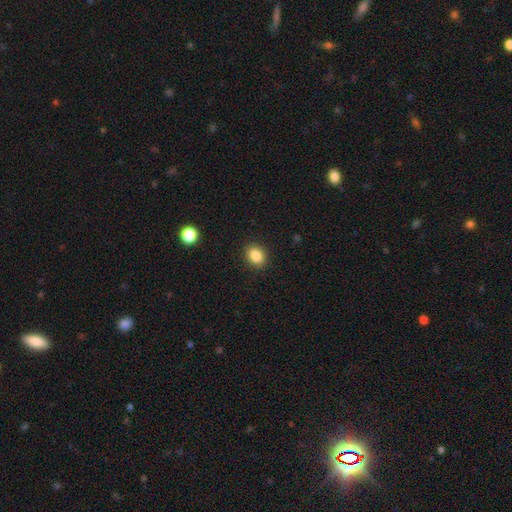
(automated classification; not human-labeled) This is clearly a smooth galaxy (86%). How rounded: possibly in between (51%). Merging: clearly none (90%).